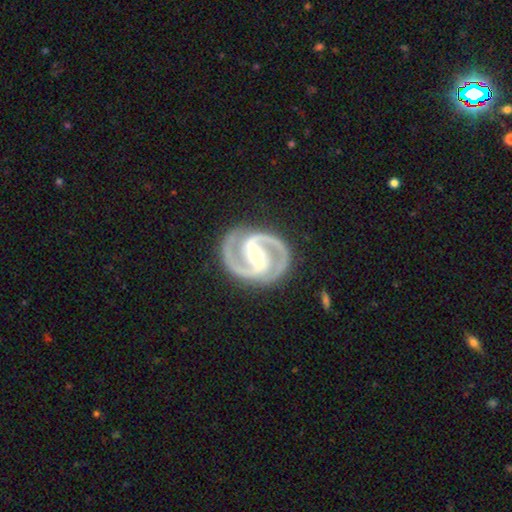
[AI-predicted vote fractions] The model was most divided on "bulge size": small: 50%, moderate: 44%, large: 3%, none: 2%, dominant: 1%. More confident: spiral arms — yes (98%); edge-on disk — no (98%); spiral arm count — 2 (95%); smooth or featured — featured or disk (94%); merging — none (86%); bar — strong (71%); spiral winding — medium (58%).